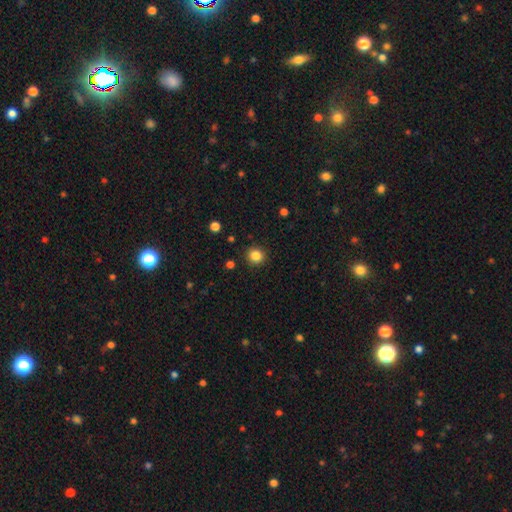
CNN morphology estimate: type=smooth (85%); roundness=round (92%); merging=none (91%).